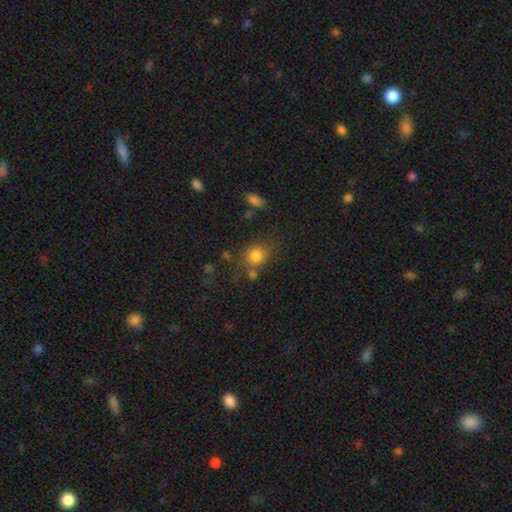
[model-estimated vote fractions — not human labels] smooth 81%, star or artifact 12%, featured or disk 8%. Down the decision tree: how rounded — round (68%); merging — none (61%).